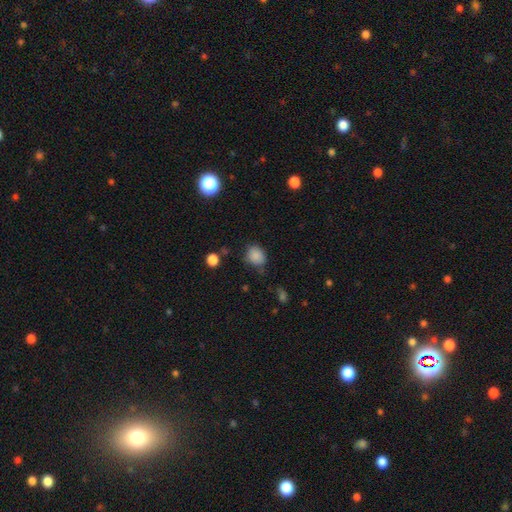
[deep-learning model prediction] This is clearly a smooth galaxy (85%). How rounded: possibly round (58%). Merging: likely none (67%).